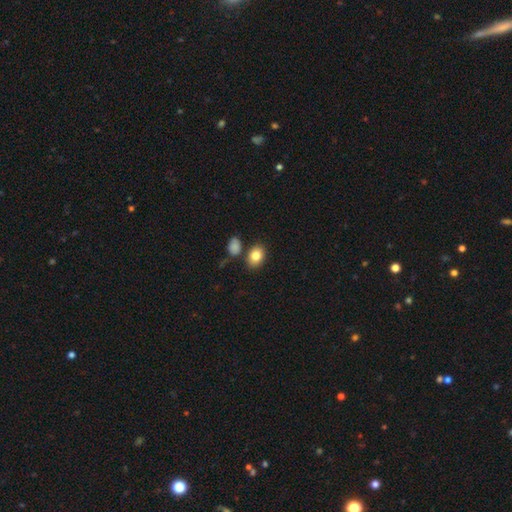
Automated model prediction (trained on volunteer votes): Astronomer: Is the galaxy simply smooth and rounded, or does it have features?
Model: smooth — 83%.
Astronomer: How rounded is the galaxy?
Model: in between — 72%.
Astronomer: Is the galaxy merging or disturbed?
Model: none — 77%.